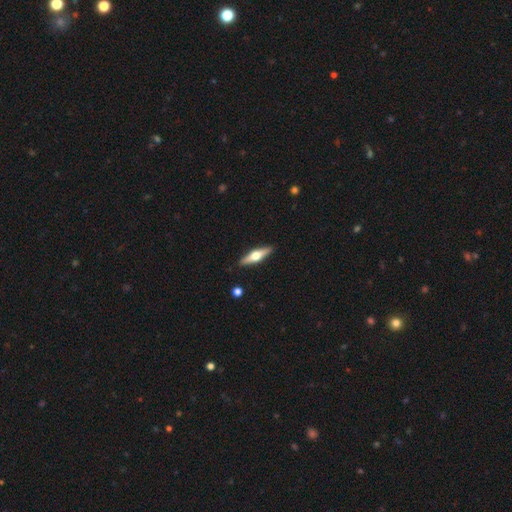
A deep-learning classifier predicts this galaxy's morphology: A featured or disk galaxy (60%) viewed edge-on (95%) with a rounded central bulge (96%). Merging: none (91%).